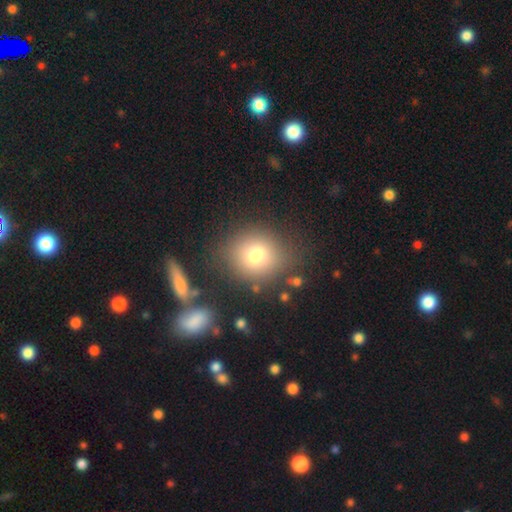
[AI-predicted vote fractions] Q: Smooth or featured?
A: smooth (76%); runner-up: star or artifact (12%)
Q: How rounded?
A: round (80%); runner-up: in between (18%)
Q: Merging?
A: none (78%); runner-up: minor disturbance (11%)